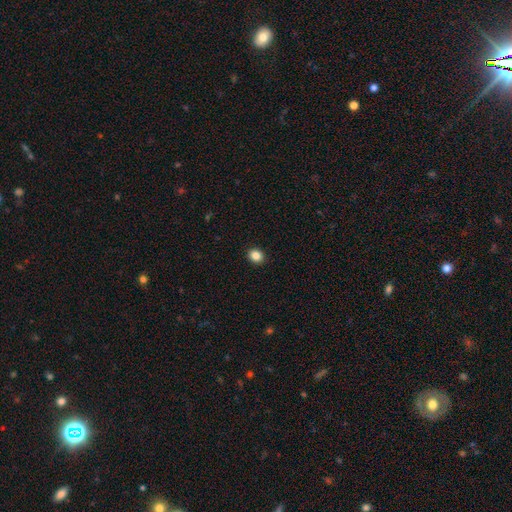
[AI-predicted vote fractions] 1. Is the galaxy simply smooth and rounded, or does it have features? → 86% smooth, 10% star or artifact, 4% featured or disk.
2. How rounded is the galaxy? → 68% round, 32% in between, 1% cigar-shaped.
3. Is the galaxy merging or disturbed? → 92% none, 5% minor disturbance, 2% major disturbance, 1% merger.